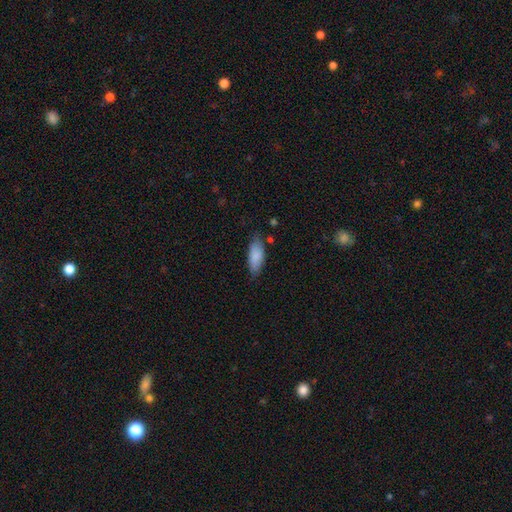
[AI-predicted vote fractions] Morphology: type=smooth (86%); roundness=in between (76%); merging=none (73%).